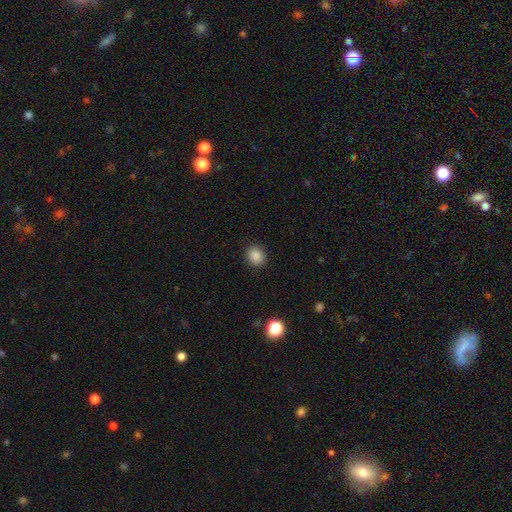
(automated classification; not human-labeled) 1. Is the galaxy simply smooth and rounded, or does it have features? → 87% smooth, 10% star or artifact, 3% featured or disk.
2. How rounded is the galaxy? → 62% round, 37% in between, 1% cigar-shaped.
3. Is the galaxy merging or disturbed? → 90% none, 7% minor disturbance, 2% major disturbance, 1% merger.